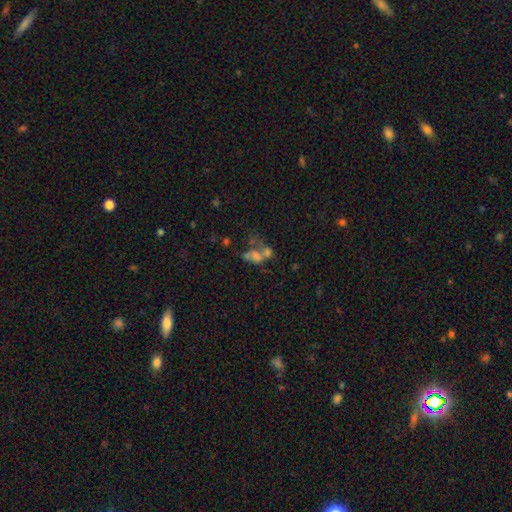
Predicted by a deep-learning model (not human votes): Smooth or featured: smooth — 42% (featured or disk — 37%)
Merging: merger — 51% (major disturbance — 24%)